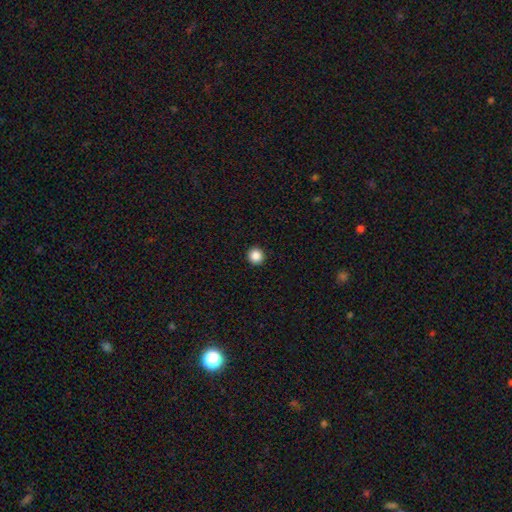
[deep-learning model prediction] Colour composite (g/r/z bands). It shows a smooth galaxy with no disk features (87%) that is round (96%). Merging: none (94%).